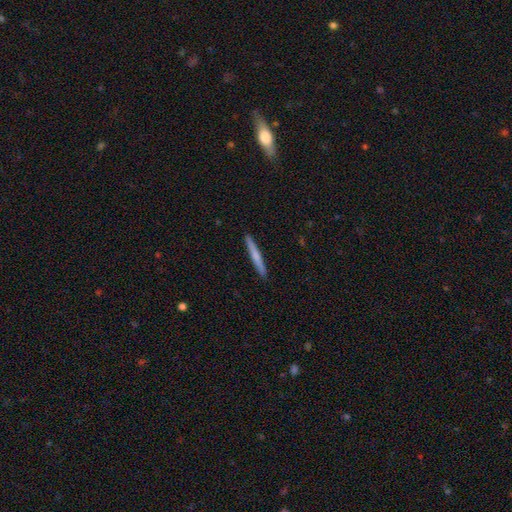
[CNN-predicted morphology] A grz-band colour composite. It shows a smooth galaxy with no disk features (58%) that is cigar-shaped (96%). Merging: none (93%).